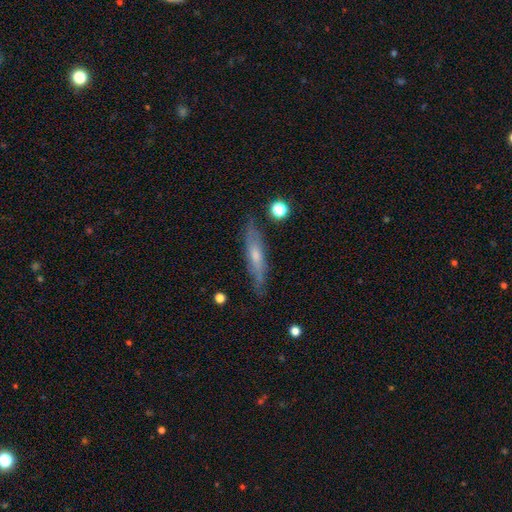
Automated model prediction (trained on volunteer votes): This is possibly a featured or disk galaxy (49%). Merging: likely none (78%).